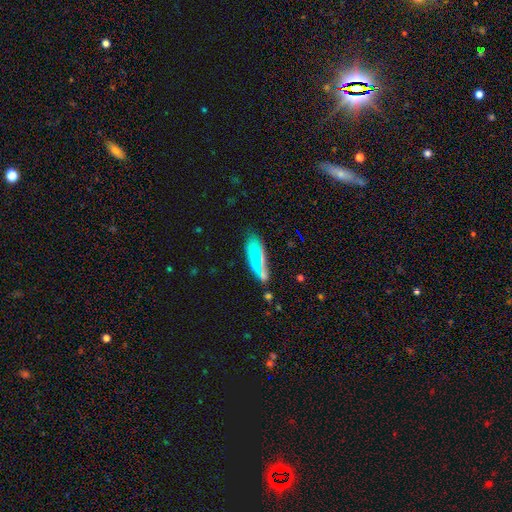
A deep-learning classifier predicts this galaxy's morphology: A smooth galaxy with no disk features (61%) that is in between round and cigar-shaped (62%). Merging: none (68%).